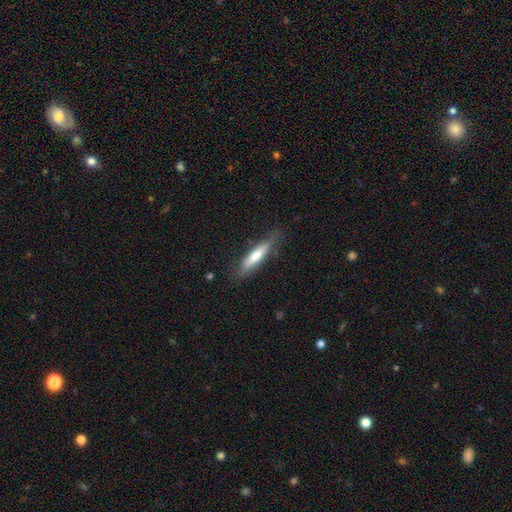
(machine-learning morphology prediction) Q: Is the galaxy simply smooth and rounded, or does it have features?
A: smooth — 65%.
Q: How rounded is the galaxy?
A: cigar-shaped — 80%.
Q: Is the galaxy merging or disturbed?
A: none — 77%.